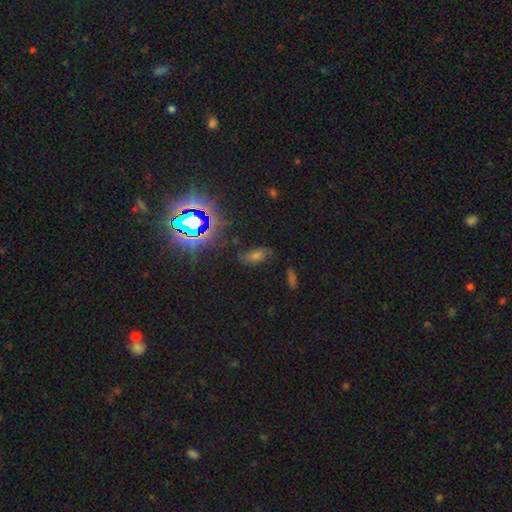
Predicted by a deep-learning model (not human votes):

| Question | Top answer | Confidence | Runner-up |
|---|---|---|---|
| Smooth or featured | star or artifact | 44% | smooth (39%) |